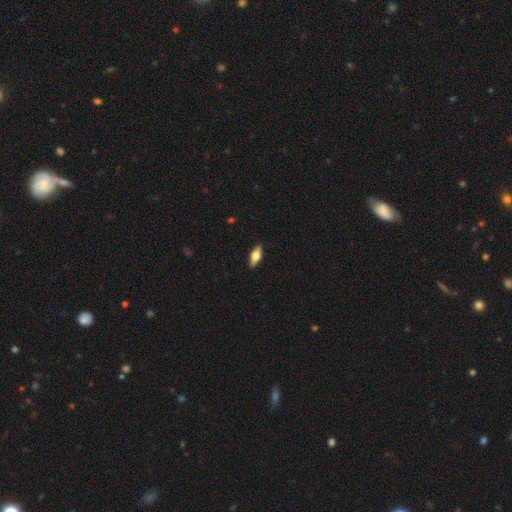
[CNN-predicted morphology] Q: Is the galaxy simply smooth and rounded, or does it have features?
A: smooth — 62%.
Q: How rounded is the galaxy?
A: in between — 75%.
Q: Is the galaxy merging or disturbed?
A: none — 90%.